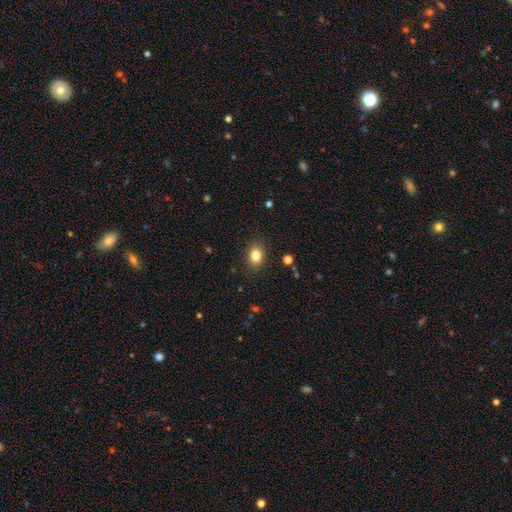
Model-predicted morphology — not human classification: This appears to be a smooth galaxy with no disk features (83%) that is in between round and cigar-shaped (62%). Merging: none (86%).